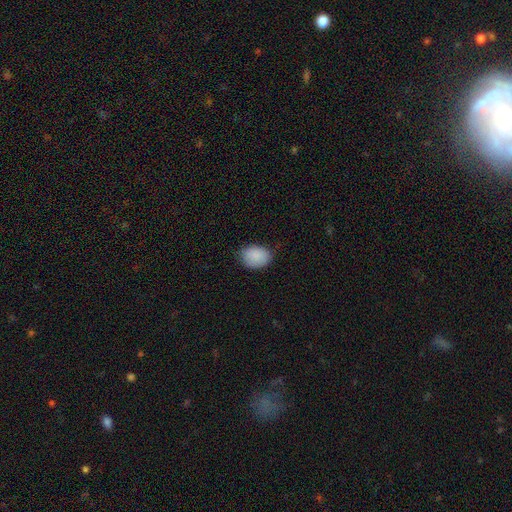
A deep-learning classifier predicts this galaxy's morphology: Smooth or featured: smooth — 88% (star or artifact — 7%)
How rounded: in between — 66% (round — 33%)
Merging: none — 77% (minor disturbance — 19%)